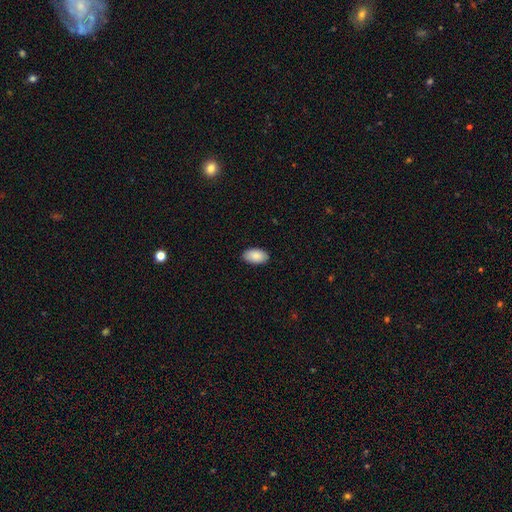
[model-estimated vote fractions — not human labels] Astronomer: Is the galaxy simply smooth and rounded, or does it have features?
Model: smooth — 88%.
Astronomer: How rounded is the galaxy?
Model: in between — 95%.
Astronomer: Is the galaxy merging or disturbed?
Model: none — 88%.